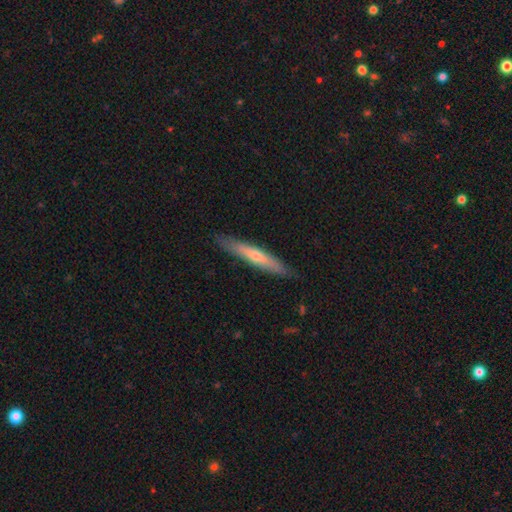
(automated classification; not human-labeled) Morphology: type=smooth (51%); roundness=cigar-shaped (93%); merging=none (87%).